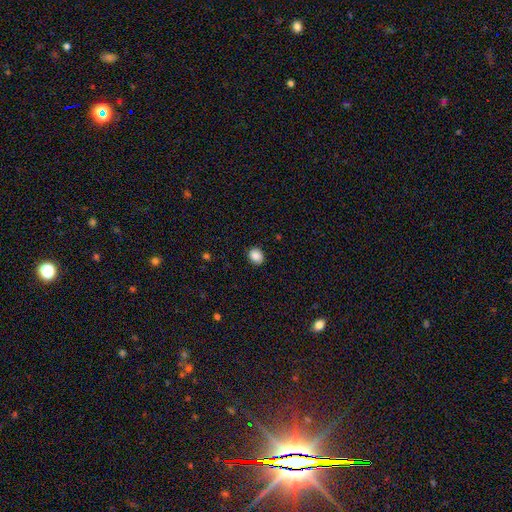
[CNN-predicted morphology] smooth-or-featured: smooth: 88% | star or artifact: 9% | featured or disk: 3%
  how-rounded: round: 64% | in between: 35% | cigar-shaped: 1%
  merging: none: 89% | minor disturbance: 8% | major disturbance: 2% | merger: 1%